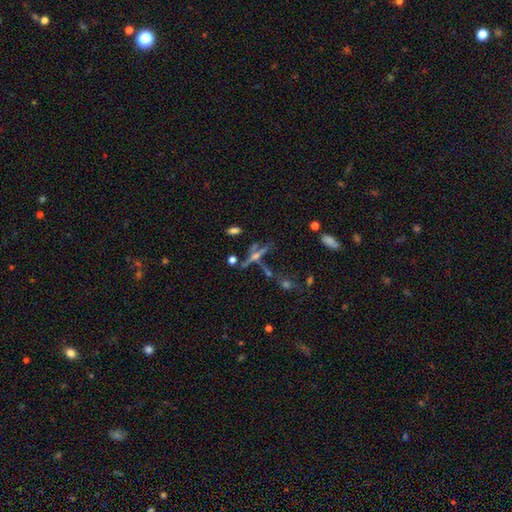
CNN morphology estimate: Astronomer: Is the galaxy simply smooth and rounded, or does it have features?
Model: featured or disk — 61%.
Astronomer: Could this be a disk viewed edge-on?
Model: yes — 88%.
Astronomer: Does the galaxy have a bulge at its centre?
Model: rounded — 83%.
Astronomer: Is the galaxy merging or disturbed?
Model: none — 59%.